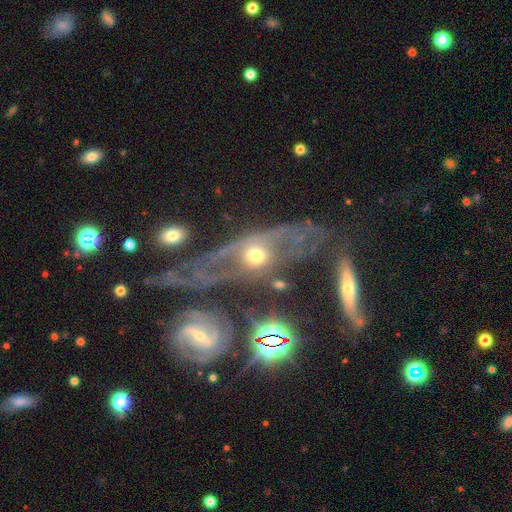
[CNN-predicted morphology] type=featured or disk (64%); edge-on=no (81%); bar=no (72%); spiral arms=yes (61%); bulge=moderate (54%); merging=none (39%).